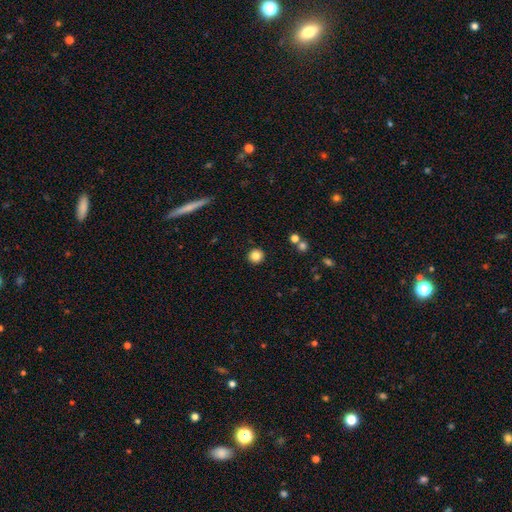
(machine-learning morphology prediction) smooth 83%, star or artifact 11%, featured or disk 6%. Down the decision tree: how rounded — round (94%); merging — none (91%).